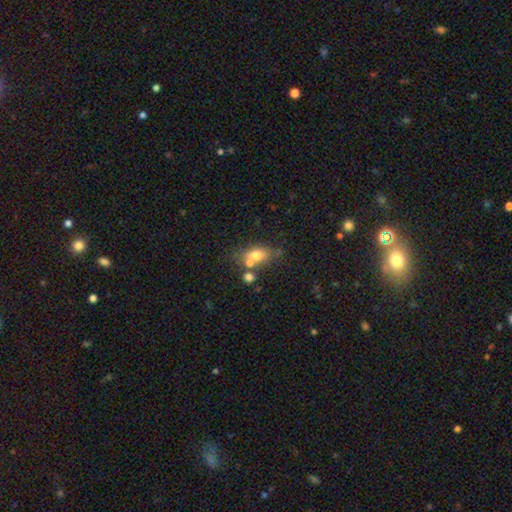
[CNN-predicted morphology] Smooth or featured? Predicted: smooth (p=0.69). How rounded? Predicted: in between (p=0.72). Merging? Predicted: none (p=0.50).